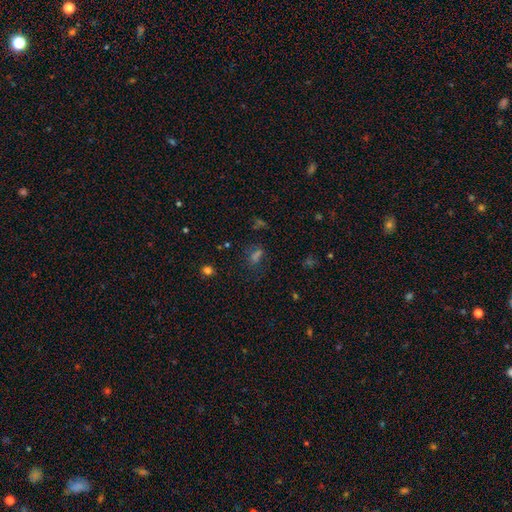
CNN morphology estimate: type=smooth (47%); merging=none (66%).